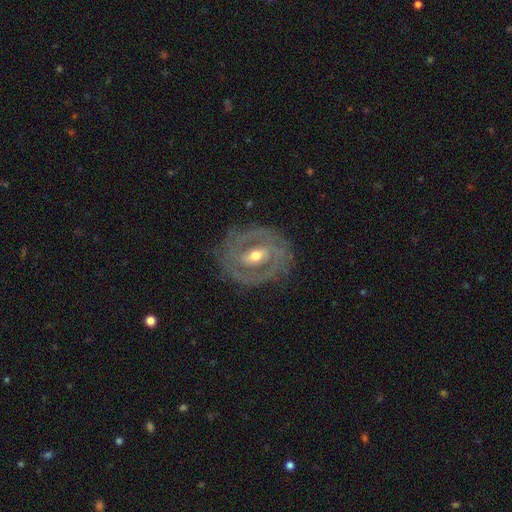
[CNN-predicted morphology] The model was most divided on "bar": weak: 42%, strong: 36%, no: 22%. More confident: edge-on disk — no (95%); smooth or featured — featured or disk (86%); spiral arms — yes (85%); merging — none (79%); bulge size — moderate (67%); spiral winding — tight (67%); spiral arm count — 2 (52%).